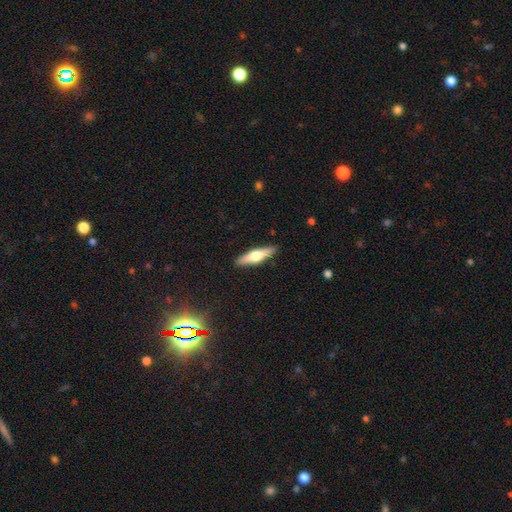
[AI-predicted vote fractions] smooth 47% (tied), featured or disk 47% (tied), star or artifact 6%. Down the decision tree: merging — none (90%).